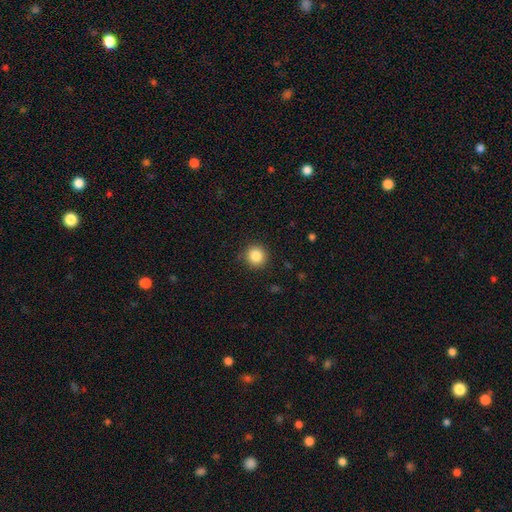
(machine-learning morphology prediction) A smooth galaxy with no disk features (86%) that is round (94%).

Vote fractions:
- Smooth or featured? smooth: 86% / star or artifact: 10% / featured or disk: 5%
- How rounded? round: 94% / in between: 5% / cigar-shaped: 1%
- Merging? none: 89% / minor disturbance: 8% / major disturbance: 2% / merger: 1%